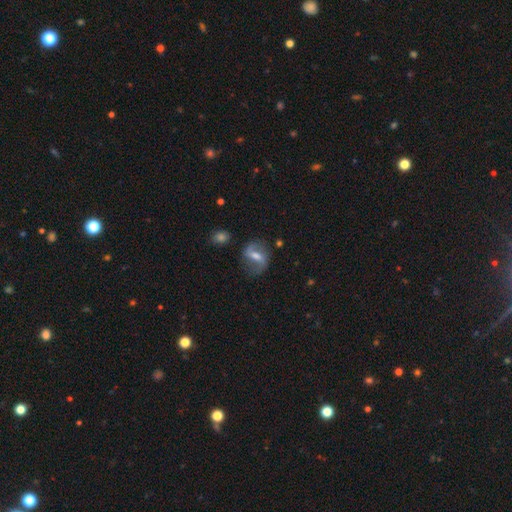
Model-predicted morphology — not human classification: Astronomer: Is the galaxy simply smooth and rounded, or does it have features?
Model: featured or disk — 69%.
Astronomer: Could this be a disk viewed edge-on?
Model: no — 94%.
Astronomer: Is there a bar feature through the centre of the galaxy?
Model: strong — 44% (runner-up: weak, 41%).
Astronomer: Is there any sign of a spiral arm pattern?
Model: yes — 85%.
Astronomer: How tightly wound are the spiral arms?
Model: loose — 56% (runner-up: medium, 33%).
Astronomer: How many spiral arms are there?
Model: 2 — 85%.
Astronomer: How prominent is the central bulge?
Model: moderate — 55%.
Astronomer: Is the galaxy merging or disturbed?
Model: none — 69%.